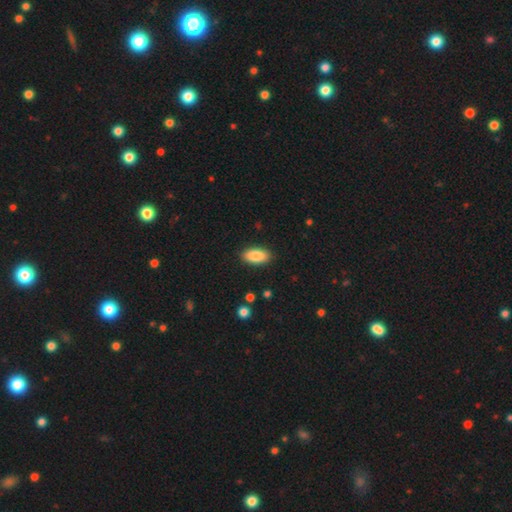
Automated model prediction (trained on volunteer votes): smooth 86%, featured or disk 7%, star or artifact 7%. Down the decision tree: how rounded — in between (92%); merging — none (89%).